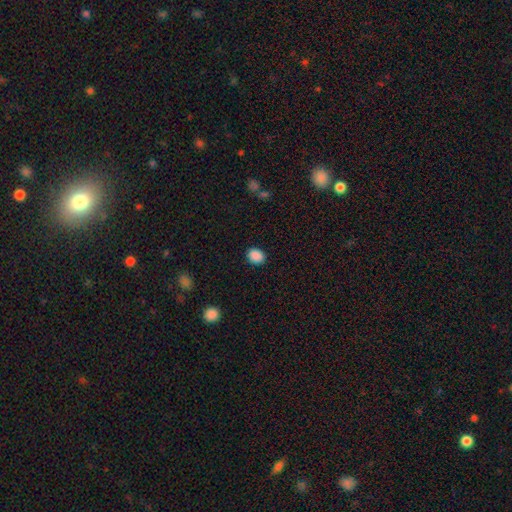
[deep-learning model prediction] This appears to be a smooth galaxy with no disk features (88%) that is round (52%). Merging: none (87%).